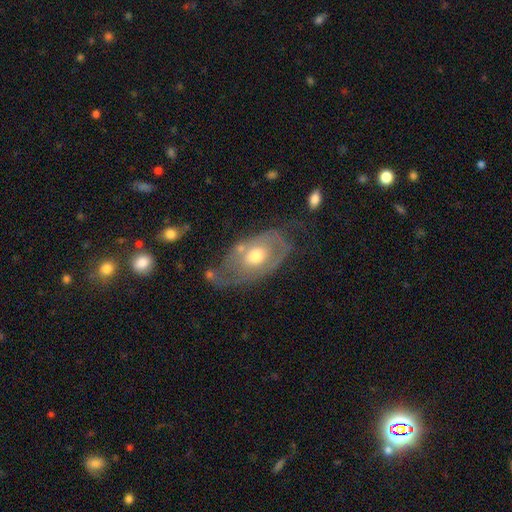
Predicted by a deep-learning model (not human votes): Smooth or featured? featured or disk (62%)
Edge-on disk? no (90%)
Bar? no (83%)
Spiral arms? no (52%)
Bulge size? moderate (71%)
Merging? none (45%)